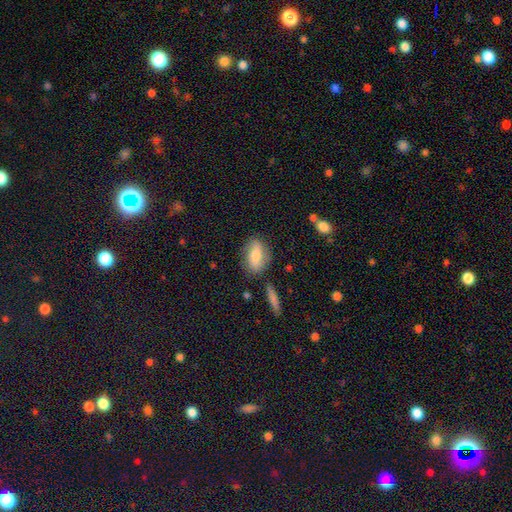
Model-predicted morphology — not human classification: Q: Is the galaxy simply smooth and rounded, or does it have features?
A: smooth — 65%.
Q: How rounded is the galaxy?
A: in between — 82%.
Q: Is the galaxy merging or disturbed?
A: none — 78%.